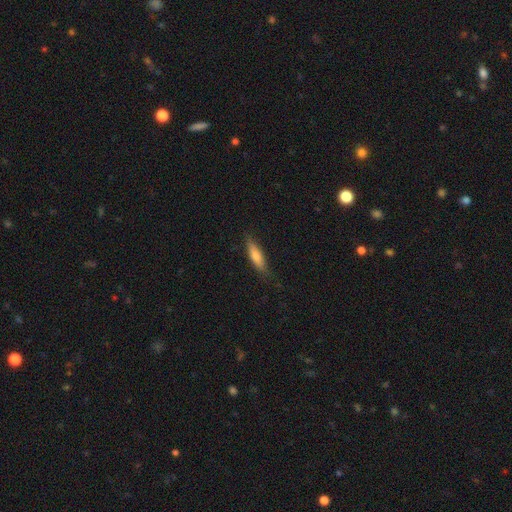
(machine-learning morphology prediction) smooth 71%, featured or disk 23%, star or artifact 6%. Down the decision tree: how rounded — cigar-shaped (69%); merging — none (82%).